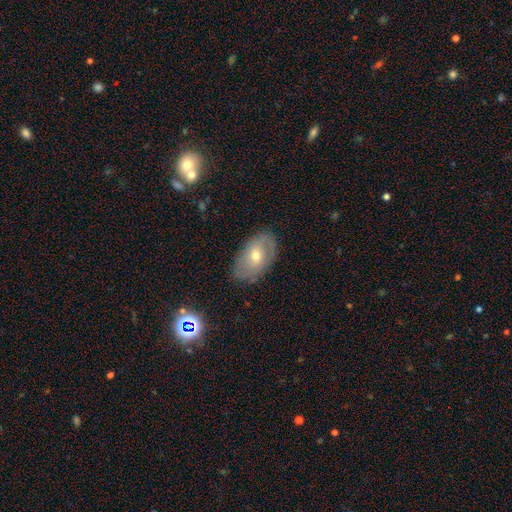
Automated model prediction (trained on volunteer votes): featured or disk 49%, smooth 41%, star or artifact 10%. Down the decision tree: merging — none (78%).